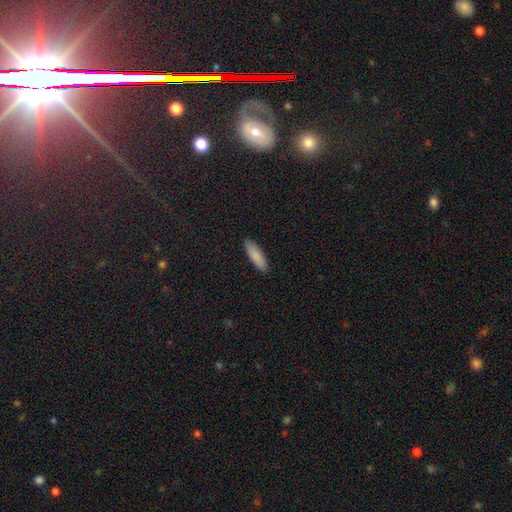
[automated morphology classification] Overall: smooth (87%). How rounded: cigar-shaped (55%; in between 43%). Merging: none (91%).